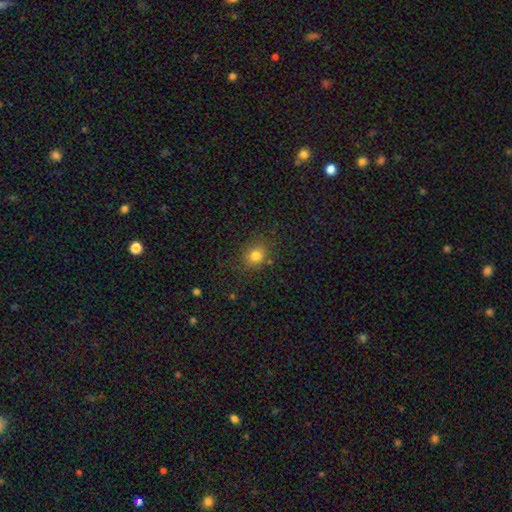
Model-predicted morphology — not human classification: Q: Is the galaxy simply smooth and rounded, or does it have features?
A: smooth — 78%.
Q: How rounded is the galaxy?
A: round — 71%.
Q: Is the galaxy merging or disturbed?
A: none — 81%.